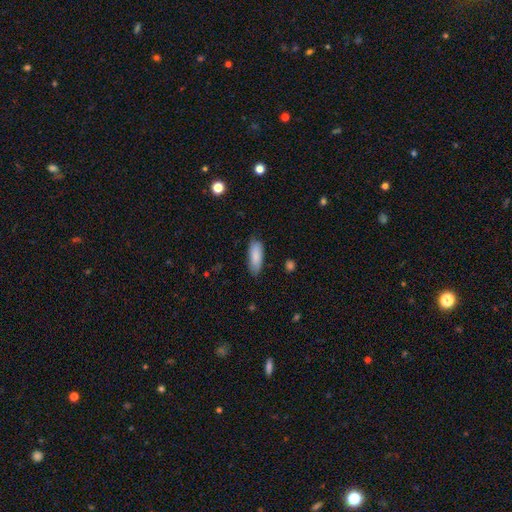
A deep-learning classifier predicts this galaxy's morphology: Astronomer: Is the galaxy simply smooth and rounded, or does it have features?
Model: smooth — 86%.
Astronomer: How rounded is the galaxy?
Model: in between — 74%.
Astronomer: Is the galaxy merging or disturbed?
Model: none — 80%.